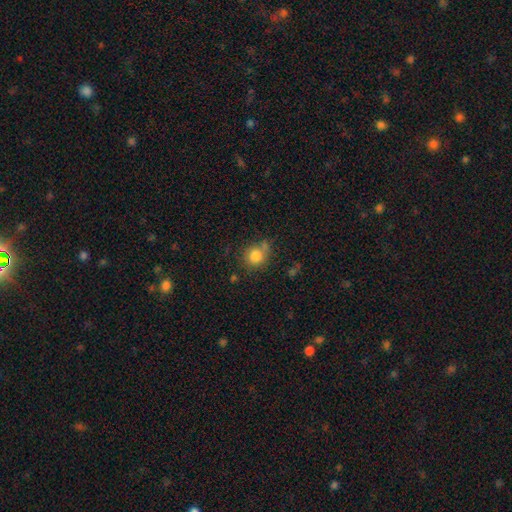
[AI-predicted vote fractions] A smooth galaxy with no disk features (82%) that is round (83%).

Vote fractions:
- Smooth or featured? smooth: 82% / star or artifact: 11% / featured or disk: 7%
- How rounded? round: 83% / in between: 16% / cigar-shaped: 1%
- Merging? none: 63% / minor disturbance: 18% / merger: 13% / major disturbance: 6%